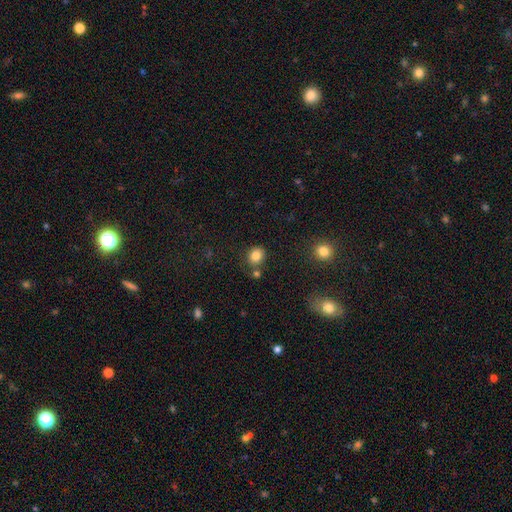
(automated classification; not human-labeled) smooth 83%, star or artifact 11%, featured or disk 6%. Down the decision tree: how rounded — round (70%); merging — none (73%).